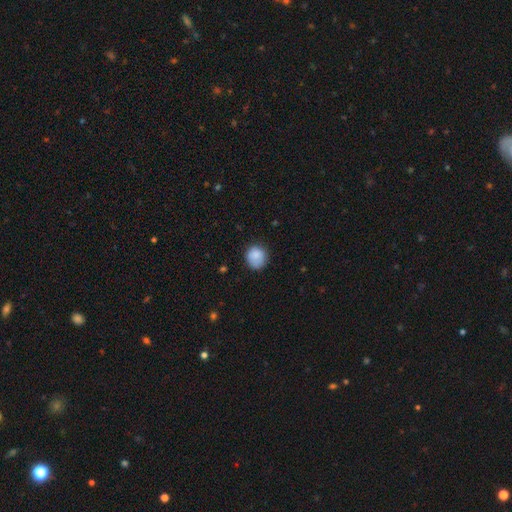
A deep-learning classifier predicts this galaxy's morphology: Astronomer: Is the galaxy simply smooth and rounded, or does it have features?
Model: smooth — 86%.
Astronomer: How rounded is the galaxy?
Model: round — 79%.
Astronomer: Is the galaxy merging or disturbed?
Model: none — 72%.